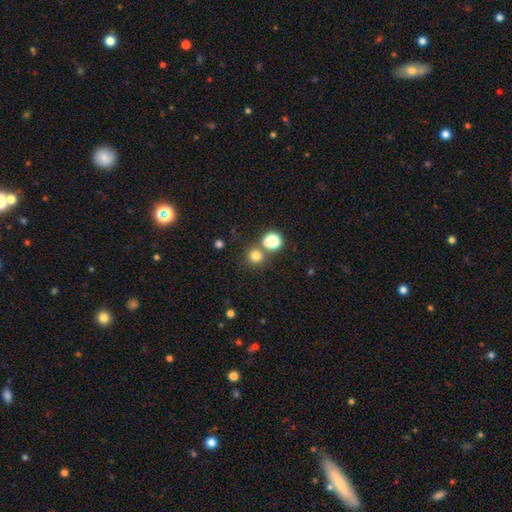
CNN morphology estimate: Q: Smooth or featured?
A: smooth (75%); runner-up: star or artifact (18%)
Q: How rounded?
A: round (90%); runner-up: in between (10%)
Q: Merging?
A: none (69%); runner-up: merger (21%)